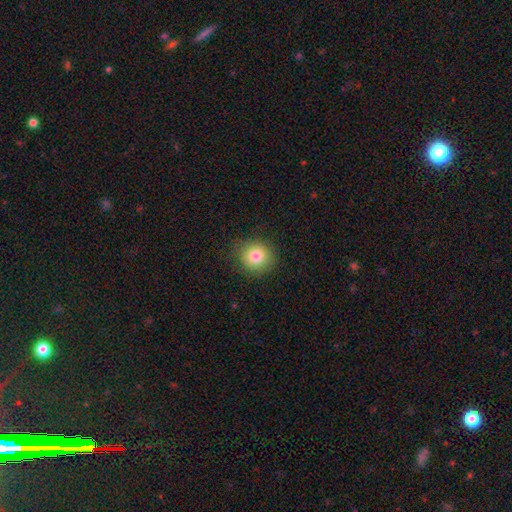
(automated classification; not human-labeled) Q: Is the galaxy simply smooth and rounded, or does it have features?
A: smooth — 82%.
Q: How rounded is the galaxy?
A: round — 85%.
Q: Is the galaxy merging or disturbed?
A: none — 87%.